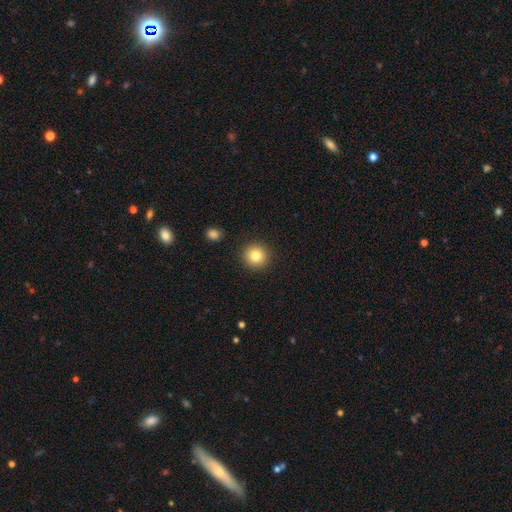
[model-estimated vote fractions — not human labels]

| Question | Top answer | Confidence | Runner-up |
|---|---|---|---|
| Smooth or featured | smooth | 82% | star or artifact (10%) |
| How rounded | round | 94% | in between (5%) |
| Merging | none | 91% | minor disturbance (6%) |